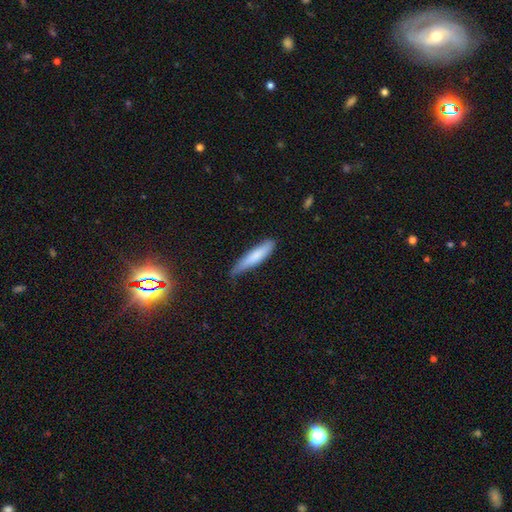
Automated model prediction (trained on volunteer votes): A smooth galaxy with no disk features (79%) that is cigar-shaped (83%). Merging: none (60%).